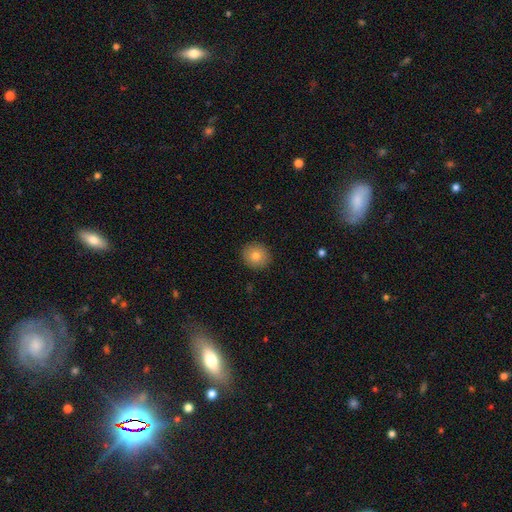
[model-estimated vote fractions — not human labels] Smooth or featured?
  - smooth: 80% *
  - featured or disk: 10%
  - star or artifact: 10%
How rounded?
  - round: 87% *
  - in between: 12%
  - cigar-shaped: 1%
Merging?
  - none: 91% *
  - minor disturbance: 6%
  - major disturbance: 2%
  - merger: 1%